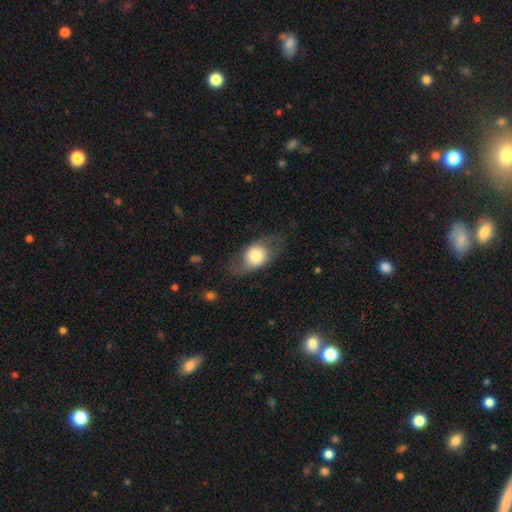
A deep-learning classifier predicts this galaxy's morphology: Smooth or featured? smooth (61%)
How rounded? in between (66%)
Merging? none (66%)